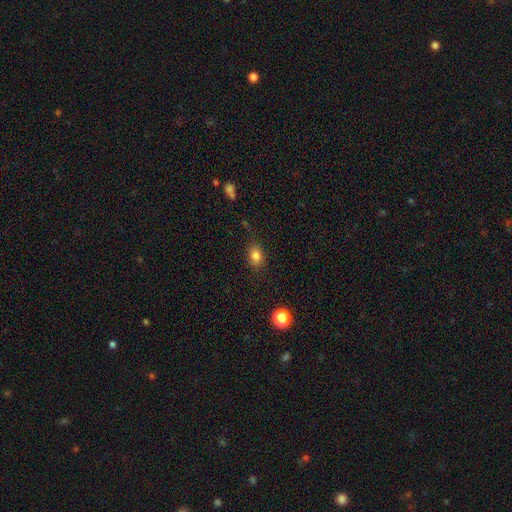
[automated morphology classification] A smooth galaxy with no disk features (82%) that is in between round and cigar-shaped (74%). Merging: none (81%).